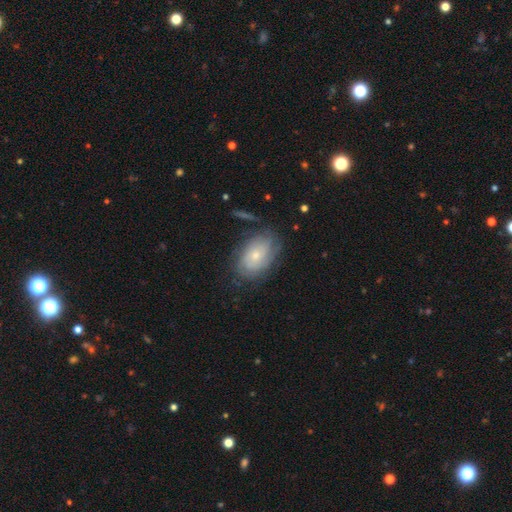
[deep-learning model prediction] smooth-or-featured: featured or disk: 54% | smooth: 38% | star or artifact: 8%
  disk-edge-on: no: 94% | yes: 6%
    bar: no: 82% | weak: 15% | strong: 3%
    has-spiral-arms: yes: 76% | no: 24%
    bulge-size: small: 65% | moderate: 30% | large: 2% | none: 2% | dominant: 1%
  merging: none: 70% | minor disturbance: 20% | major disturbance: 8% | merger: 2%